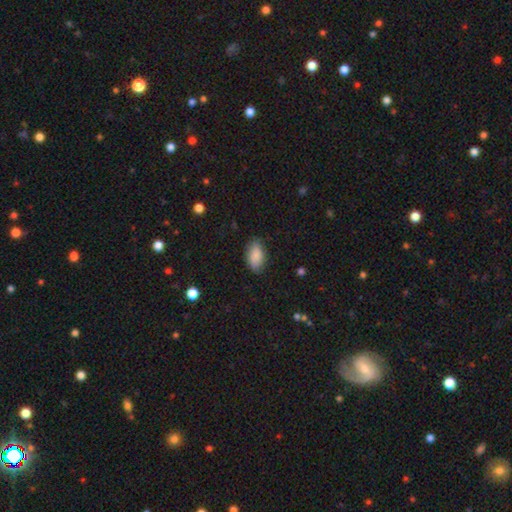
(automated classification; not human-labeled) Morphology: type=smooth (87%); roundness=in between (93%); merging=none (82%).